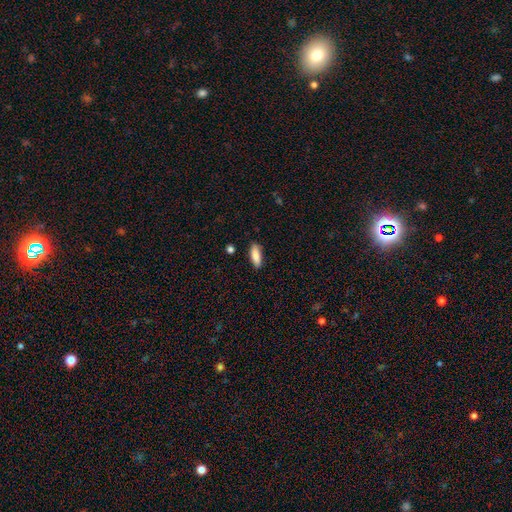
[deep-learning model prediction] Overall: smooth (87%). How rounded: in between (66%; cigar-shaped 32%). Merging: none (85%).